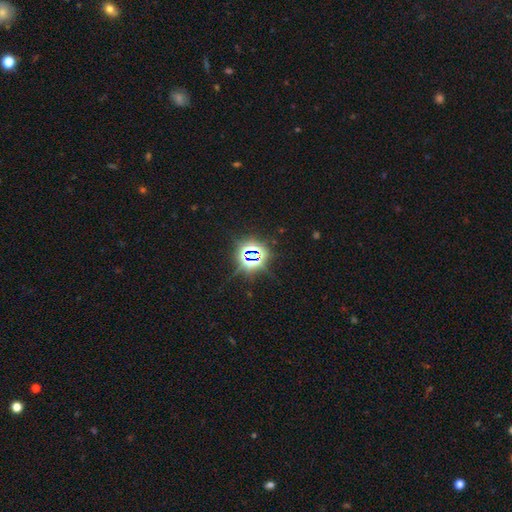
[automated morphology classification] Smooth or featured? Predicted: star or artifact (p=0.80).